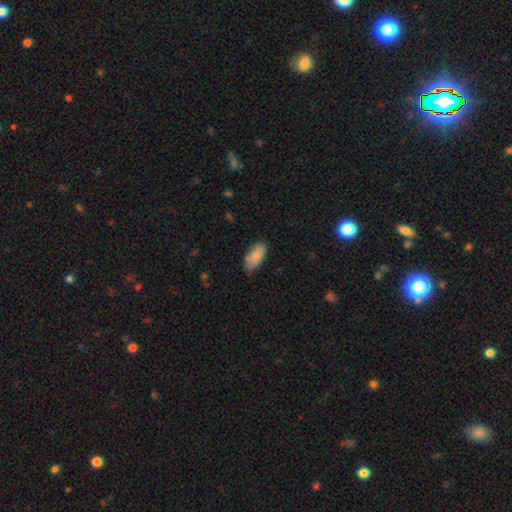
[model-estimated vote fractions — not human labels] smooth-or-featured: smooth: 85% | featured or disk: 9% | star or artifact: 7%
  how-rounded: in between: 92% | cigar-shaped: 5% | round: 2%
  merging: none: 66% | minor disturbance: 27% | major disturbance: 4% | merger: 2%